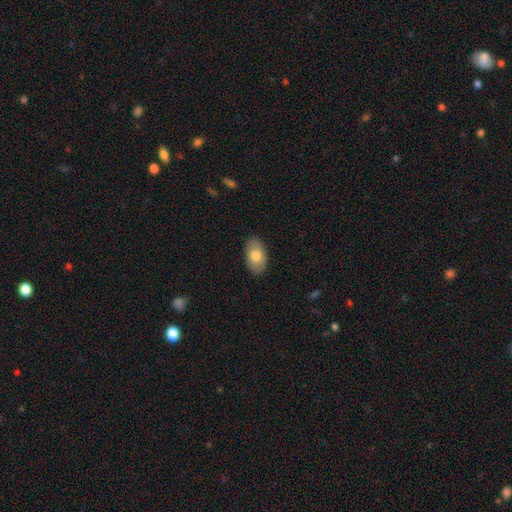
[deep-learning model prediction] Smooth or featured? smooth (78%)
How rounded? in between (93%)
Merging? none (86%)